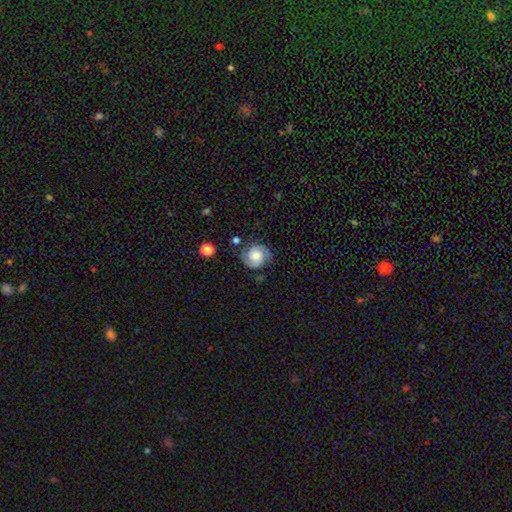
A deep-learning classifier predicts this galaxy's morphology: featured or disk 75%, smooth 18%, star or artifact 7%. Down the decision tree: edge-on disk — no (98%); bar — no (69%); spiral arms — yes (96%); spiral arm count — 2 (90%); spiral winding — tight (55%); bulge size — moderate (52%); merging — none (77%).